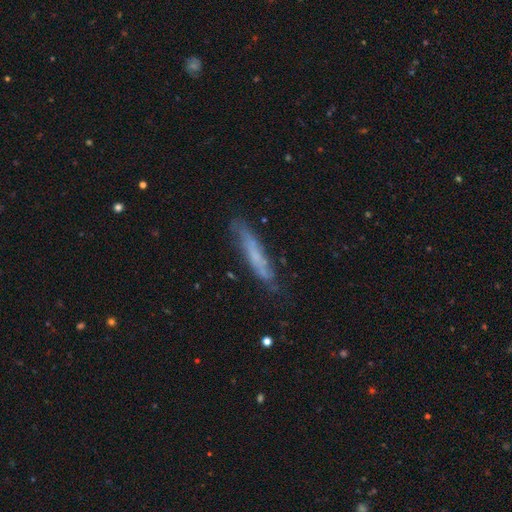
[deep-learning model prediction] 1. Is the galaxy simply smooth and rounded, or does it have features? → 46% featured or disk, 45% smooth, 8% star or artifact.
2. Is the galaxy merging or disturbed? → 72% none, 20% minor disturbance, 5% major disturbance, 2% merger.